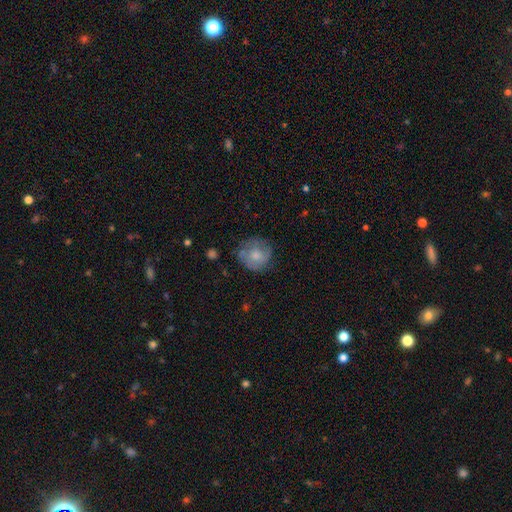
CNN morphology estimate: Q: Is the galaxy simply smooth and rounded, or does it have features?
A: smooth — 63%.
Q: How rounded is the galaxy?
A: round — 85%.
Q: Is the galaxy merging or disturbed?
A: none — 66%.